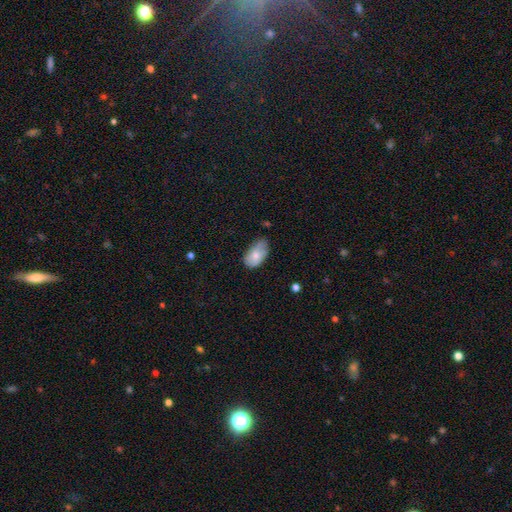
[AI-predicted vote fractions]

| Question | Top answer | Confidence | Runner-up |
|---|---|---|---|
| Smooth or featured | smooth | 73% | featured or disk (20%) |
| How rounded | in between | 93% | round (5%) |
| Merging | none | 50% | minor disturbance (40%) |